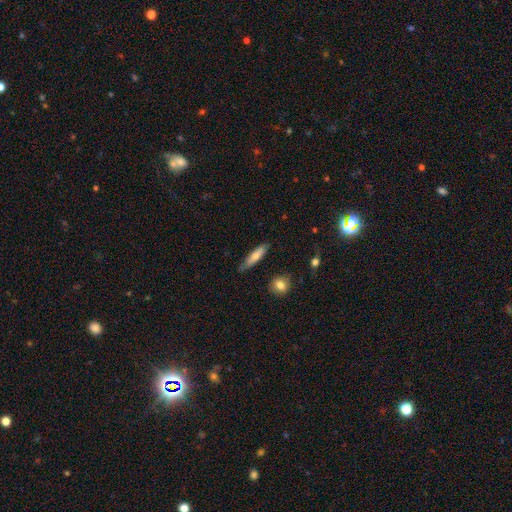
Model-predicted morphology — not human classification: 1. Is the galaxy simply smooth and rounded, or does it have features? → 70% smooth, 24% featured or disk, 6% star or artifact.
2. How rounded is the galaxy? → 80% cigar-shaped, 18% in between, 2% round.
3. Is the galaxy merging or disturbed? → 80% none, 16% minor disturbance, 3% major disturbance, 2% merger.